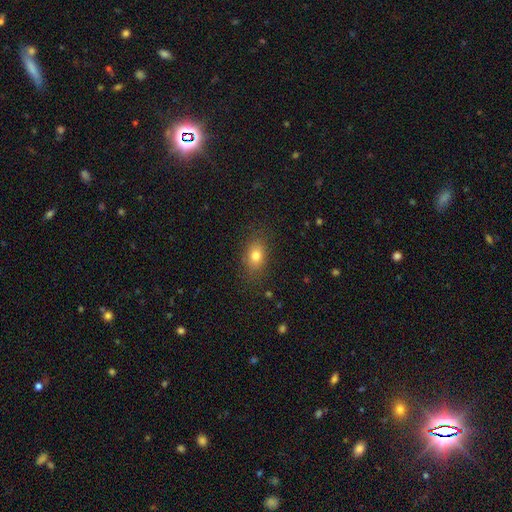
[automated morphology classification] This appears to be a smooth galaxy with no disk features (78%) that is in between round and cigar-shaped (76%). Merging: none (83%).